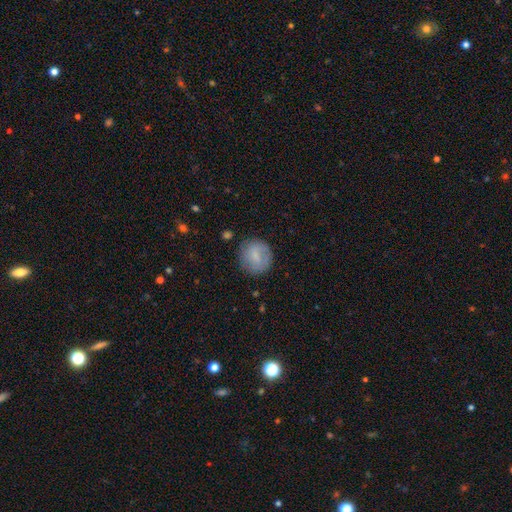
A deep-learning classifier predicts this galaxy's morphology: smooth_or_featured: smooth (p=0.72) [alt: featured or disk p=0.21]
how_rounded: round (p=0.82) [alt: in between p=0.16]
merging: none (p=0.77) [alt: minor disturbance p=0.16]